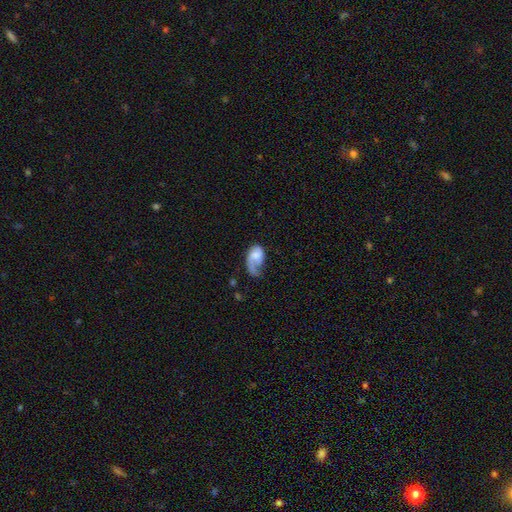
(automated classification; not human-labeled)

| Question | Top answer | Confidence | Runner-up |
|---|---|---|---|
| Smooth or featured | featured or disk | 54% | smooth (39%) |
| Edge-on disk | no | 97% | yes (3%) |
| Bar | no | 70% | weak (25%) |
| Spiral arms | yes | 86% | no (14%) |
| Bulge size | none | 32% | small (26%) |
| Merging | major disturbance | 43% | none (29%) |